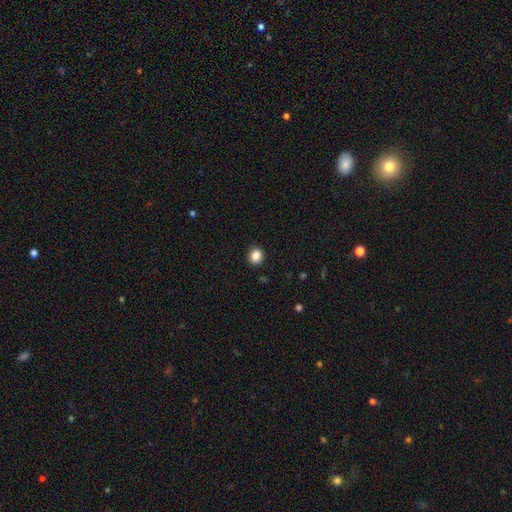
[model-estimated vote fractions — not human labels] Smooth or featured? smooth (86%)
How rounded? round (68%)
Merging? none (90%)